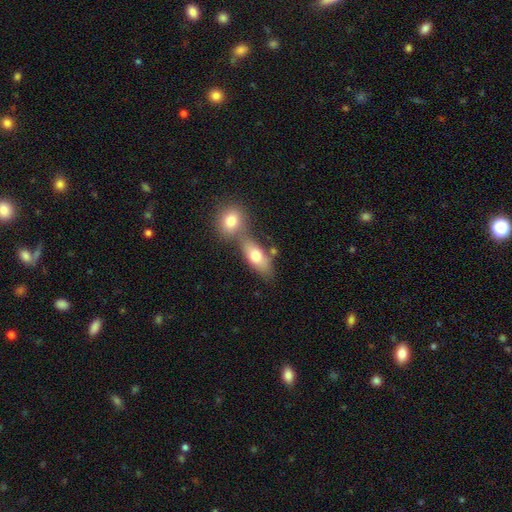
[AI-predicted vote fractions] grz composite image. It shows a smooth galaxy with no disk features (73%) that is in between round and cigar-shaped (78%). Merging: merger (44%).